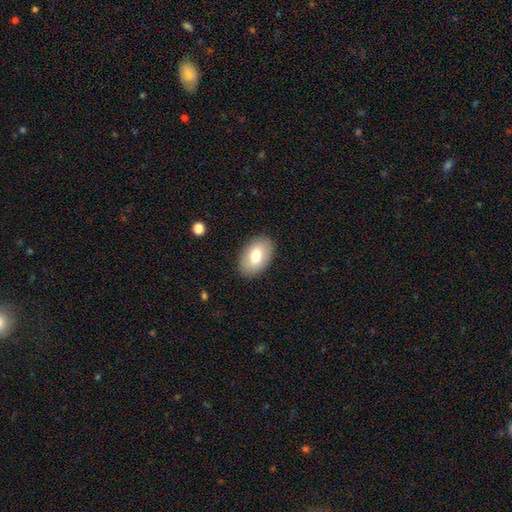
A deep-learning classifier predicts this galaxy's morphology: The model was most divided on "smooth or featured": smooth: 74%, featured or disk: 19%, star or artifact: 7%. More confident: how rounded — in between (89%); merging — none (88%).